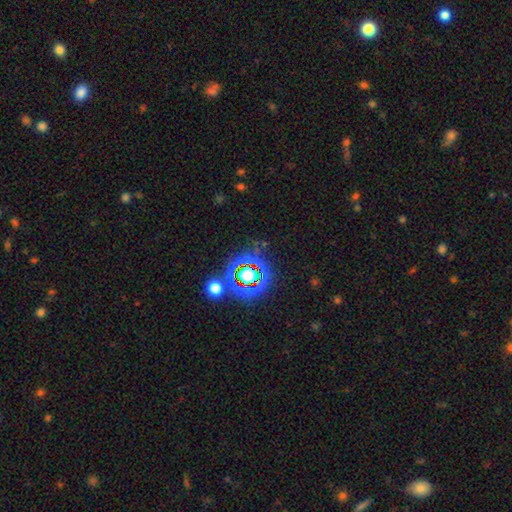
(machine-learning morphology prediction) Q: Smooth or featured?
A: star or artifact (69%); runner-up: smooth (18%)